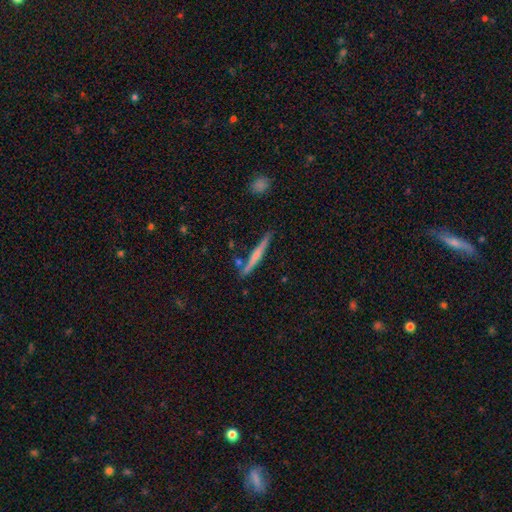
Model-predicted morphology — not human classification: smooth_or_featured: featured or disk (p=0.53) [alt: smooth p=0.41]
disk_edge_on: yes (p=0.97) [alt: no p=0.03]
edge_on_bulge: rounded (p=0.48) [alt: none p=0.41]
merging: none (p=0.84) [alt: minor disturbance p=0.10]